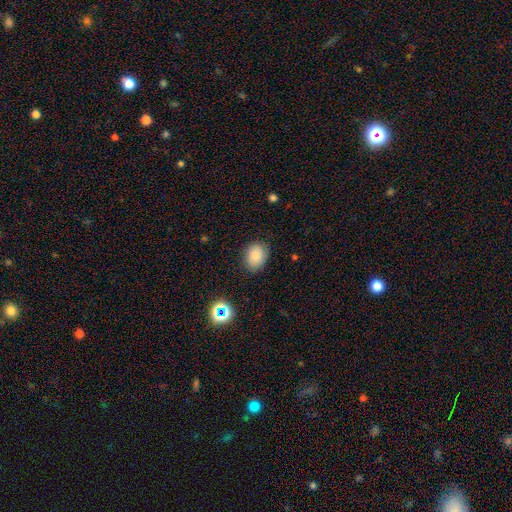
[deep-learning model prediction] This is clearly a smooth galaxy (84%). How rounded: likely in between (62%). Merging: clearly none (82%).